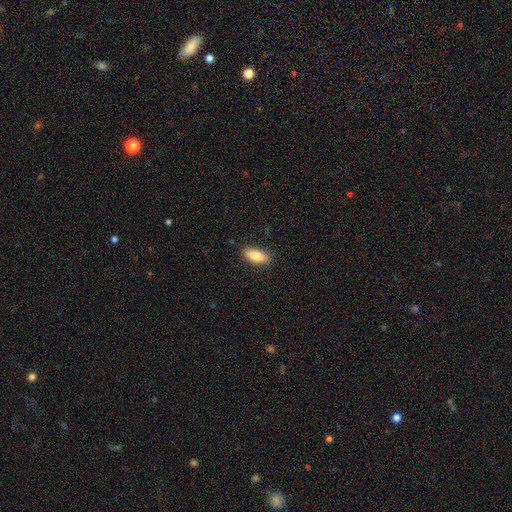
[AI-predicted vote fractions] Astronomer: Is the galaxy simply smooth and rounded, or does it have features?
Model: smooth — 84%.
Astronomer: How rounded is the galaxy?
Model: in between — 79%.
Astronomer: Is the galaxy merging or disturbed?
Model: none — 84%.